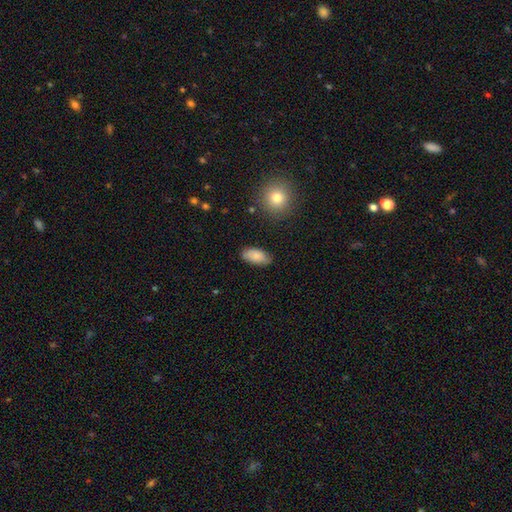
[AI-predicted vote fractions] The model was most divided on "merging": none: 82%, minor disturbance: 13%, major disturbance: 3%, merger: 2%. More confident: how rounded — in between (92%); smooth or featured — smooth (85%).